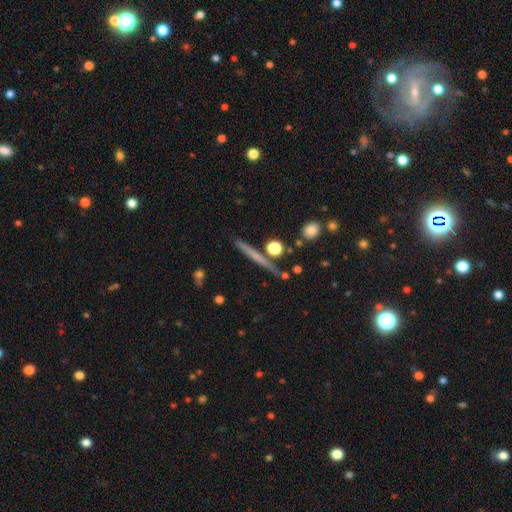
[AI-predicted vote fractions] Smooth or featured: featured or disk — 49% (smooth — 42%)
Merging: none — 85% (minor disturbance — 9%)